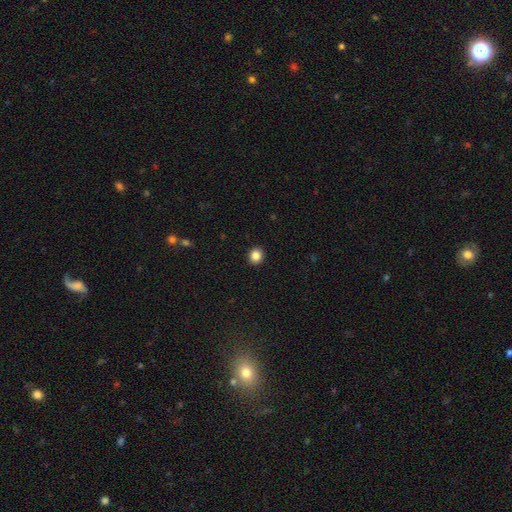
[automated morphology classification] This is clearly a smooth galaxy (85%). How rounded: clearly round (81%). Merging: clearly none (93%).